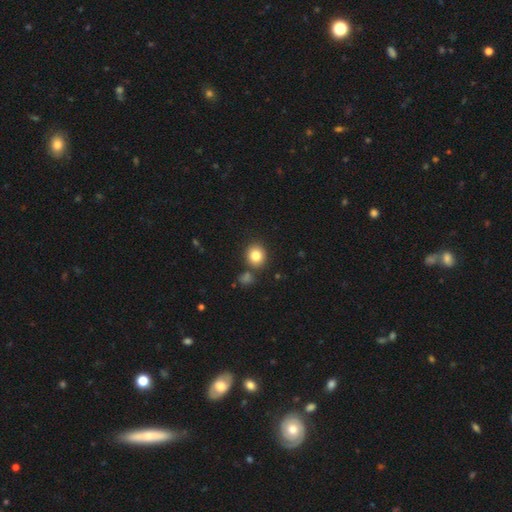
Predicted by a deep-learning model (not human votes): Smooth or featured?
  - smooth: 83% *
  - star or artifact: 10%
  - featured or disk: 7%
How rounded?
  - round: 77% *
  - in between: 22%
  - cigar-shaped: 1%
Merging?
  - none: 79% *
  - merger: 9%
  - minor disturbance: 9%
  - major disturbance: 3%